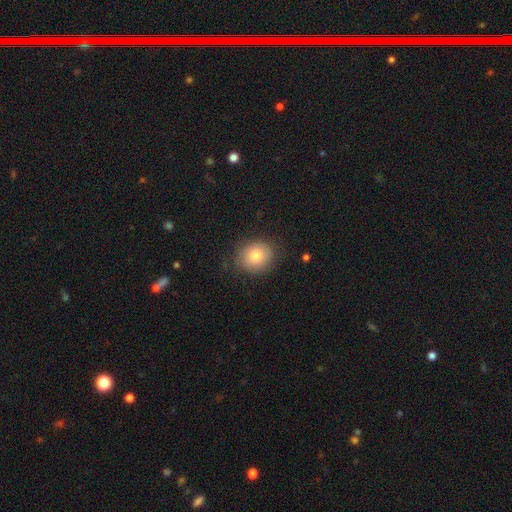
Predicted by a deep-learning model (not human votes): smooth_or_featured: smooth (p=0.76) [alt: featured or disk p=0.14]
how_rounded: round (p=0.69) [alt: in between p=0.30]
merging: none (p=0.79) [alt: minor disturbance p=0.16]